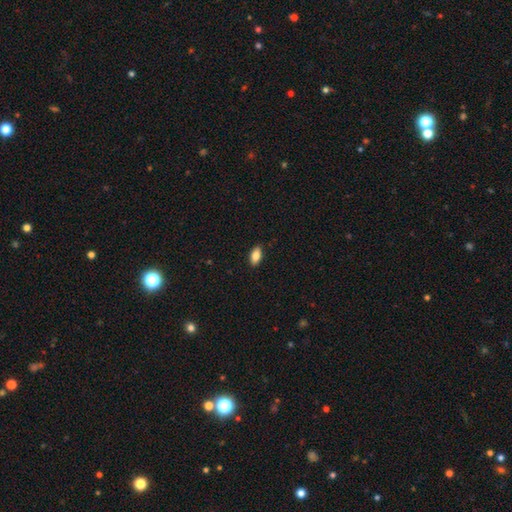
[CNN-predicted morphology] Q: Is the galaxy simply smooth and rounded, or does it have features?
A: smooth — 84%.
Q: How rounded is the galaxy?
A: in between — 90%.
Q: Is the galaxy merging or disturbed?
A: none — 89%.